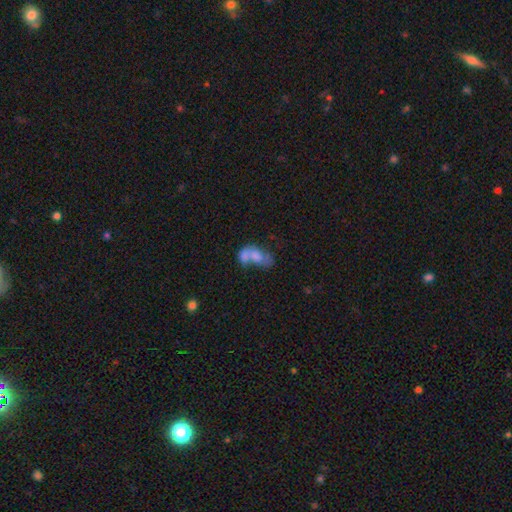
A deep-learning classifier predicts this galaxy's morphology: Smooth or featured?
  - smooth: 58% *
  - featured or disk: 32%
  - star or artifact: 10%
How rounded?
  - in between: 84% *
  - round: 12%
  - cigar-shaped: 4%
Merging?
  - merger: 60% *
  - none: 16%
  - major disturbance: 14%
  - minor disturbance: 10%